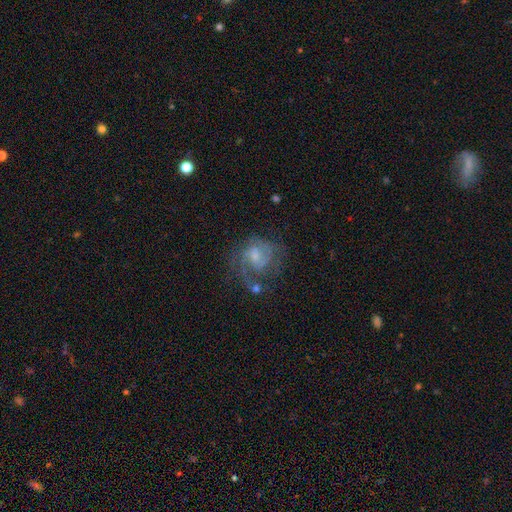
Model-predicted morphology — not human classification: Smooth or featured?
  - featured or disk: 77% *
  - smooth: 14%
  - star or artifact: 10%
Edge-on disk?
  - no: 98% *
  - yes: 2%
Bar?
  - no: 52% *
  - weak: 41%
  - strong: 6%
Spiral arms?
  - yes: 90% *
  - no: 10%
Spiral winding?
  - medium: 45% *
  - tight: 38%
  - loose: 16%
Spiral arm count?
  - 2: 47% *
  - can't tell: 23%
  - 3: 12%
  - 1: 12%
  - 4: 3%
  - more than 4: 3%
Bulge size?
  - small: 52% *
  - moderate: 34%
  - none: 10%
  - large: 3%
  - dominant: 1%
Merging?
  - none: 56% *
  - major disturbance: 19%
  - minor disturbance: 19%
  - merger: 6%